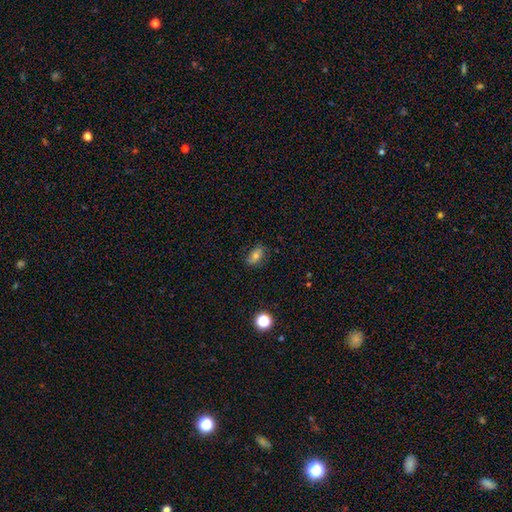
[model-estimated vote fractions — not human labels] A smooth galaxy with no disk features (64%) that is in between round and cigar-shaped (83%). Merging: none (77%).